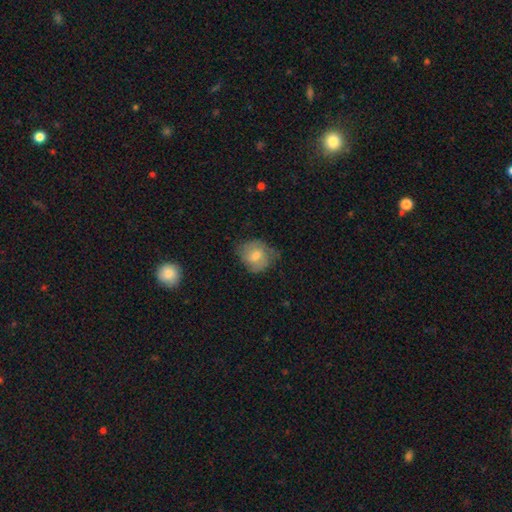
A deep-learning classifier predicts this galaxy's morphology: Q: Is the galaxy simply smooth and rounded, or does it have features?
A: smooth — 62%.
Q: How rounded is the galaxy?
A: round — 65%.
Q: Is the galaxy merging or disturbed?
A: none — 53%.